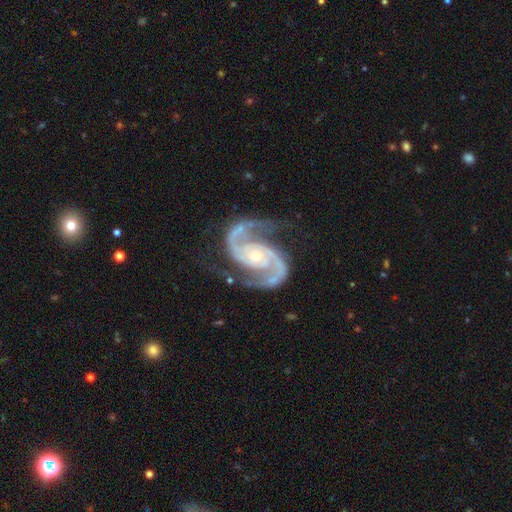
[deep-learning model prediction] Smooth or featured? Predicted: featured or disk (p=0.94). Edge-on disk? Predicted: no (p=0.98). Bar? Predicted: no (p=0.62). Spiral arms? Predicted: yes (p=0.99). Spiral winding? Predicted: medium (p=0.63). Spiral arm count? Predicted: 2 (p=0.94). Bulge size? Predicted: small (p=0.66). Merging? Predicted: none (p=0.76).